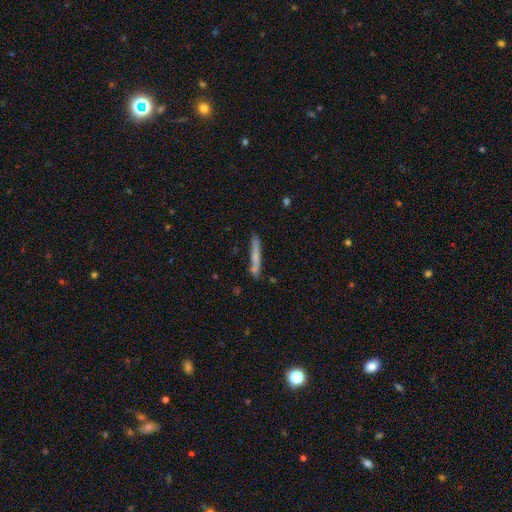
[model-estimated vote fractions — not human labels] Smooth or featured?
  - smooth: 65% *
  - featured or disk: 29%
  - star or artifact: 6%
How rounded?
  - cigar-shaped: 95% *
  - in between: 4%
  - round: 1%
Merging?
  - none: 77% *
  - minor disturbance: 16%
  - merger: 4%
  - major disturbance: 3%